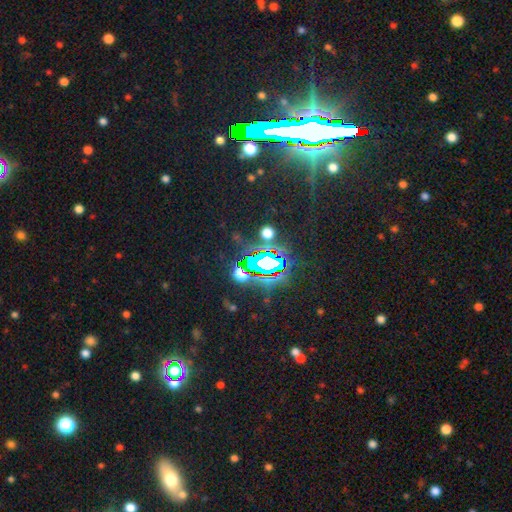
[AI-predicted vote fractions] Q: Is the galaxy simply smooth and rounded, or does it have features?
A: star or artifact — 81%.